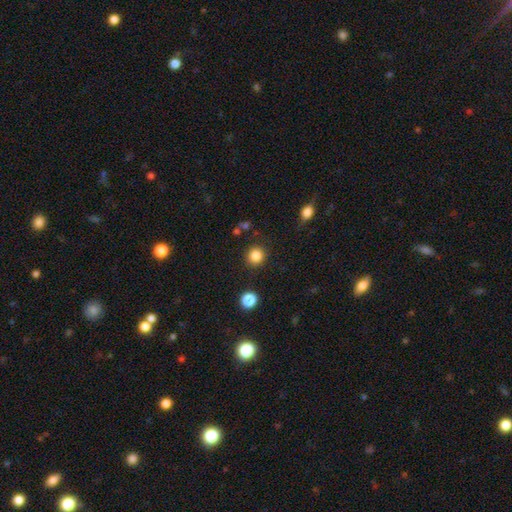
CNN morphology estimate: type=smooth (84%); roundness=round (92%); merging=none (87%).